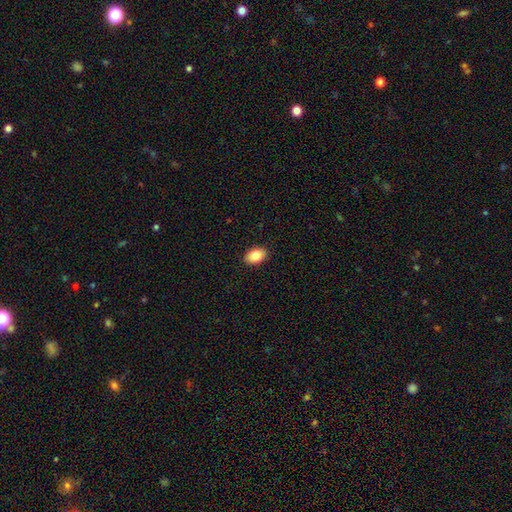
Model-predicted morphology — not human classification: This appears to be a smooth galaxy with no disk features (84%) that is in between round and cigar-shaped (89%). Merging: none (90%).